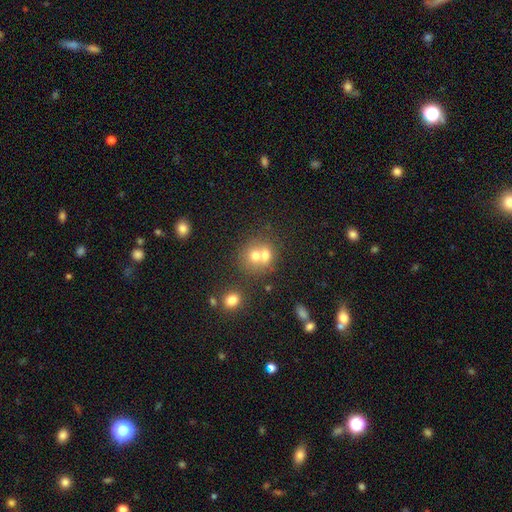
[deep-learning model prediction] The model was most divided on "merging": merger: 58%, none: 32%, minor disturbance: 6%, major disturbance: 3%. More confident: how rounded — round (75%); smooth or featured — smooth (66%).